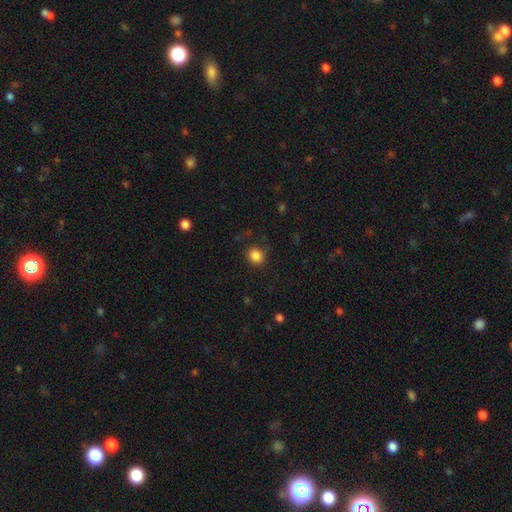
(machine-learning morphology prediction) A smooth galaxy with no disk features (85%) that is round (74%). Merging: none (81%).